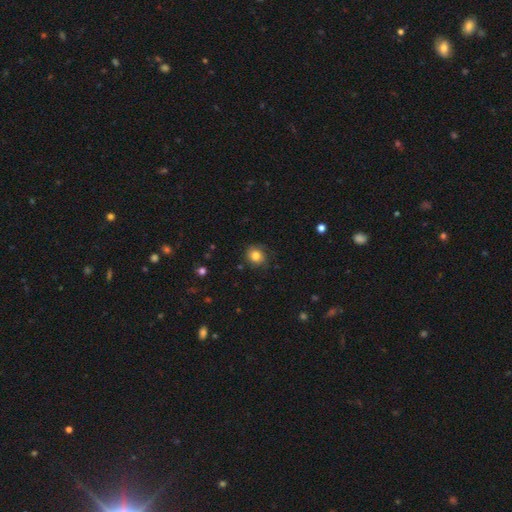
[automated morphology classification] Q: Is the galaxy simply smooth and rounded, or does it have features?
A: smooth — 79%.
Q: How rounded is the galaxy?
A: round — 82%.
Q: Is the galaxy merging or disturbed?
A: none — 78%.